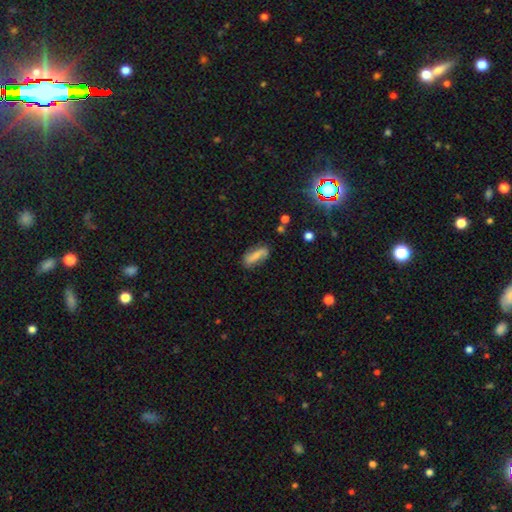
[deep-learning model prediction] Smooth or featured? smooth (57%)
How rounded? in between (64%)
Merging? none (72%)